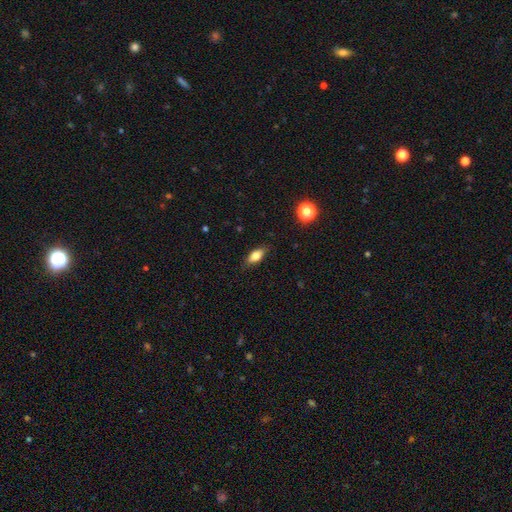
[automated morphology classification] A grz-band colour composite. It shows a smooth galaxy with no disk features (77%) that is in between round and cigar-shaped (83%). Merging: none (84%).